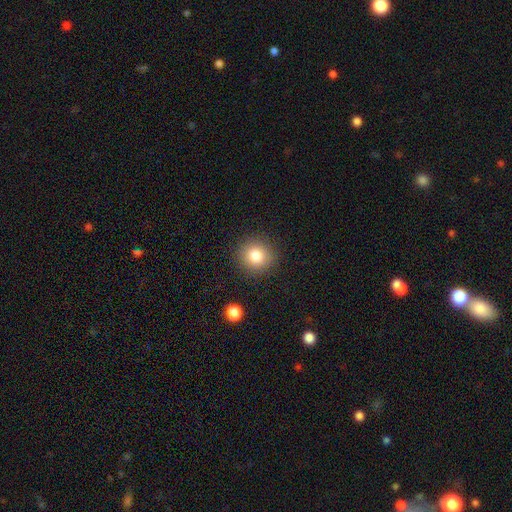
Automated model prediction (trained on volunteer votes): smooth_or_featured: smooth (p=0.81) [alt: star or artifact p=0.11]
how_rounded: round (p=0.91) [alt: in between p=0.08]
merging: none (p=0.89) [alt: minor disturbance p=0.07]